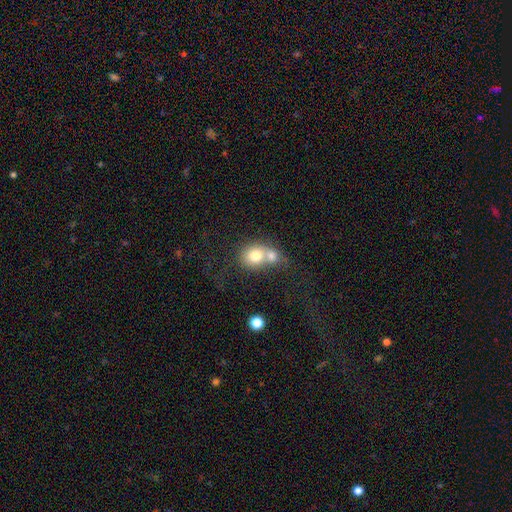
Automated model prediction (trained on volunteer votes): This is likely a smooth galaxy (74%). How rounded: likely round (70%). Merging: likely merger (67%).